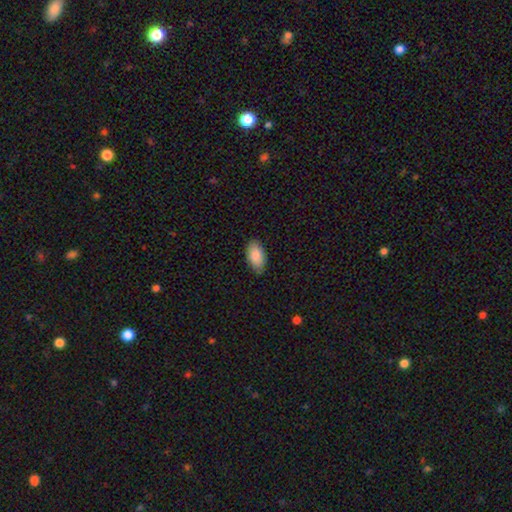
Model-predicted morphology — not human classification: Smooth or featured? smooth (88%)
How rounded? in between (95%)
Merging? none (82%)